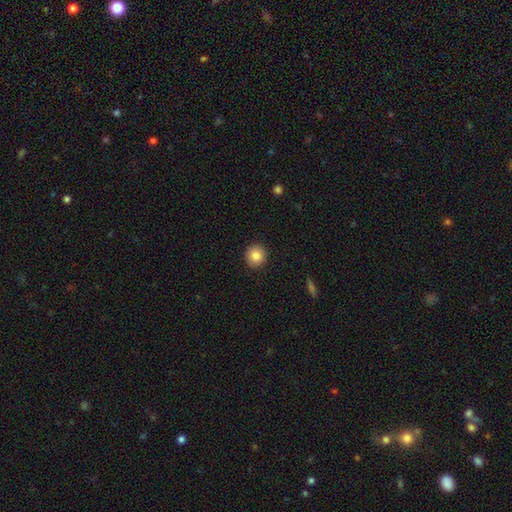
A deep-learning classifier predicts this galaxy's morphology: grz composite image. It shows a smooth galaxy with no disk features (85%) that is round (91%). Merging: none (92%).